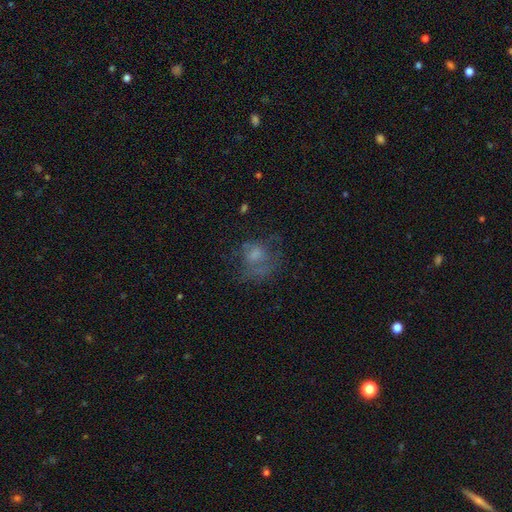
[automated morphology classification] A smooth galaxy with no disk features (47%).

Vote fractions:
- Smooth or featured? smooth: 47% / featured or disk: 36% / star or artifact: 17%
- Merging? none: 42% / major disturbance: 35% / minor disturbance: 20% / merger: 3%